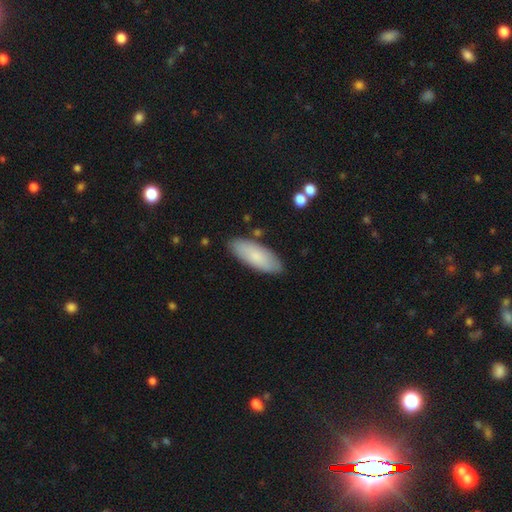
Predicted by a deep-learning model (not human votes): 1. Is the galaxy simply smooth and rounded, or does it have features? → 81% smooth, 13% featured or disk, 6% star or artifact.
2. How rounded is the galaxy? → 75% in between, 24% cigar-shaped, 2% round.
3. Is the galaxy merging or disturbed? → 86% none, 11% minor disturbance, 2% major disturbance, 2% merger.